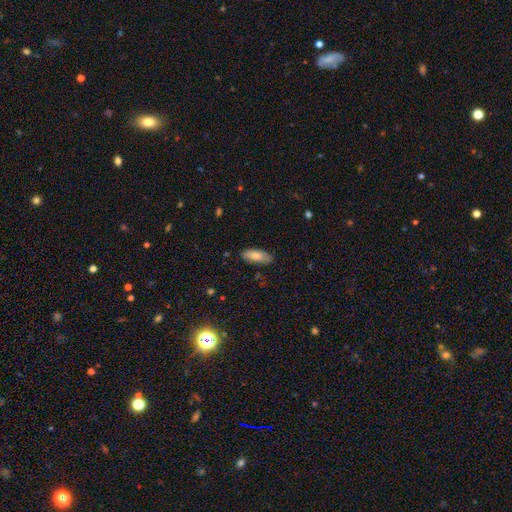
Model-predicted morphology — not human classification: This appears to be a smooth galaxy with no disk features (75%) that is in between round and cigar-shaped (75%). Merging: none (83%).